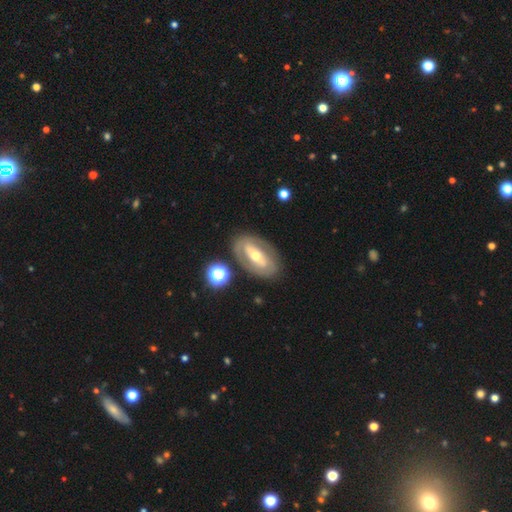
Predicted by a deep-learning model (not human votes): Overall: featured or disk (68%). Edge-on disk: no (89%). Bar: strong (41%; no 33%). Spiral arms: no (58%; yes 42%). Bulge size: moderate (60%; small 32%). Merging: none (80%).